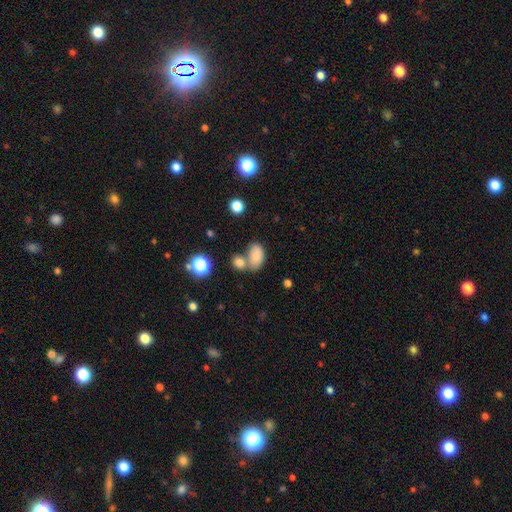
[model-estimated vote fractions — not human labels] Morphology: type=smooth (79%); roundness=in between (87%); merging=none (43%).